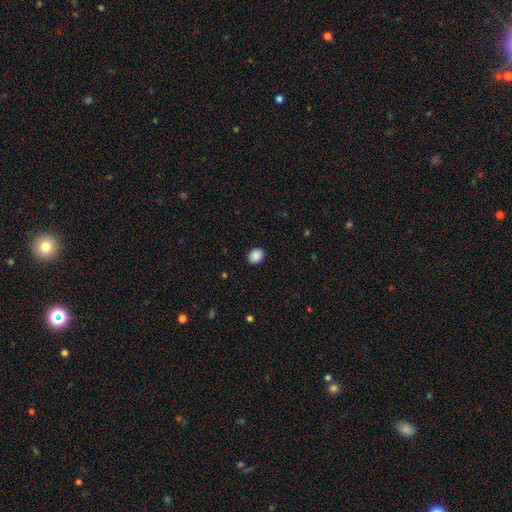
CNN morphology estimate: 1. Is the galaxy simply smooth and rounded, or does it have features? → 89% smooth, 8% star or artifact, 3% featured or disk.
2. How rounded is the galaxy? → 61% in between, 38% round, 1% cigar-shaped.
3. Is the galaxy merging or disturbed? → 90% none, 7% minor disturbance, 2% major disturbance, 1% merger.